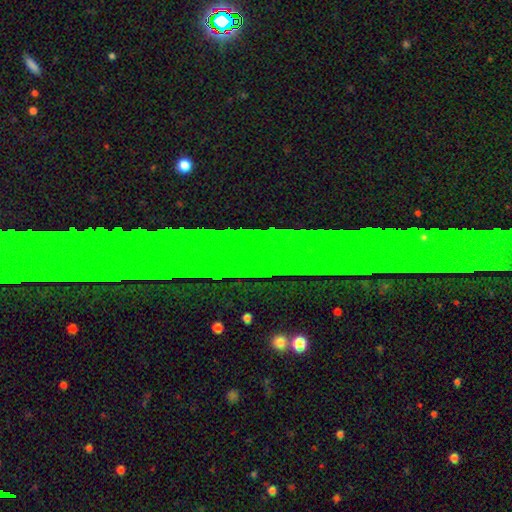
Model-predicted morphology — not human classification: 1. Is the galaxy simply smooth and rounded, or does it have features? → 70% star or artifact, 18% featured or disk, 12% smooth.